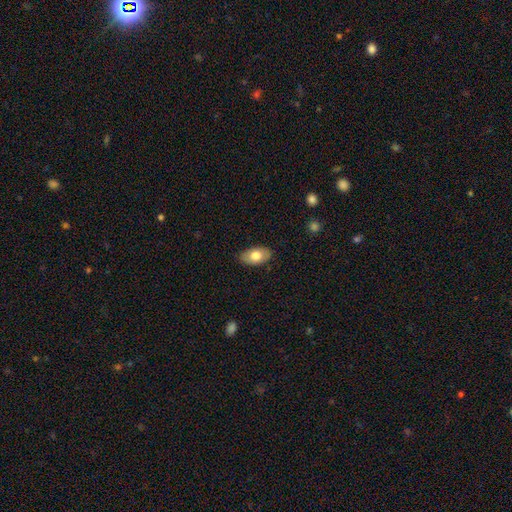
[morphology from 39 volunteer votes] Overall: smooth (67%). How rounded: in between (96%). Merging: none (80%).